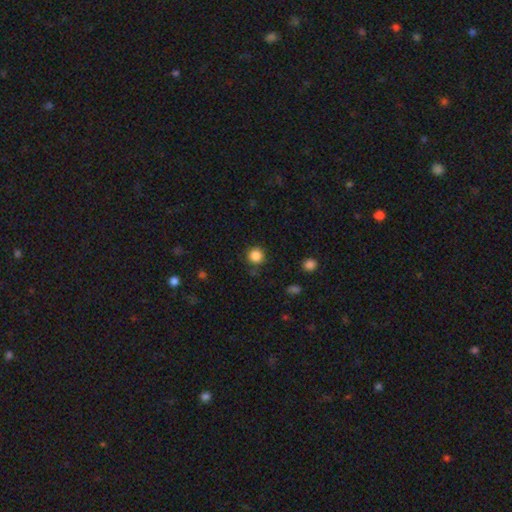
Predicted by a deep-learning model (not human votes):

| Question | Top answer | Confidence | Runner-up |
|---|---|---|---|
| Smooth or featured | smooth | 86% | star or artifact (11%) |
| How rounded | round | 94% | in between (5%) |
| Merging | none | 87% | minor disturbance (8%) |